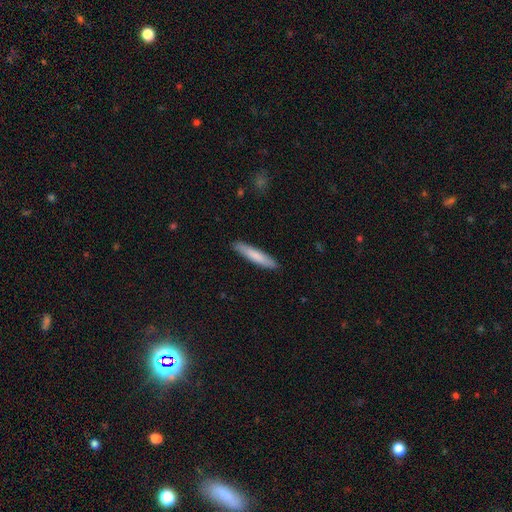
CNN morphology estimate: type=smooth (79%); roundness=cigar-shaped (89%); merging=none (89%).